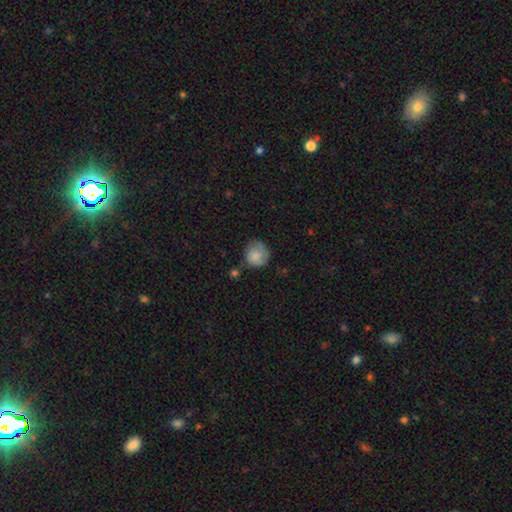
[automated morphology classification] Smooth or featured? Predicted: smooth (p=0.74). How rounded? Predicted: round (p=0.83). Merging? Predicted: none (p=0.60).